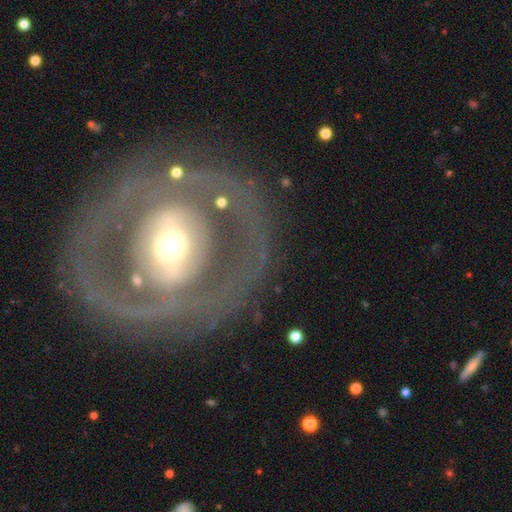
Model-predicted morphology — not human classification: Q: Smooth or featured?
A: featured or disk (71%); runner-up: smooth (22%)
Q: Edge-on disk?
A: no (92%); runner-up: yes (8%)
Q: Bar?
A: strong (37%); runner-up: no (35%)
Q: Spiral arms?
A: no (66%); runner-up: yes (34%)
Q: Bulge size?
A: moderate (59%); runner-up: large (21%)
Q: Merging?
A: none (77%); runner-up: minor disturbance (11%)